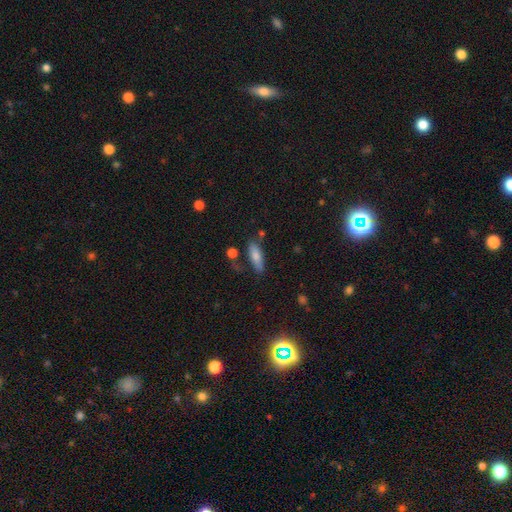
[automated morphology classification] This appears to be a smooth galaxy with no disk features (73%) that is in between round and cigar-shaped (54%). Merging: none (69%).